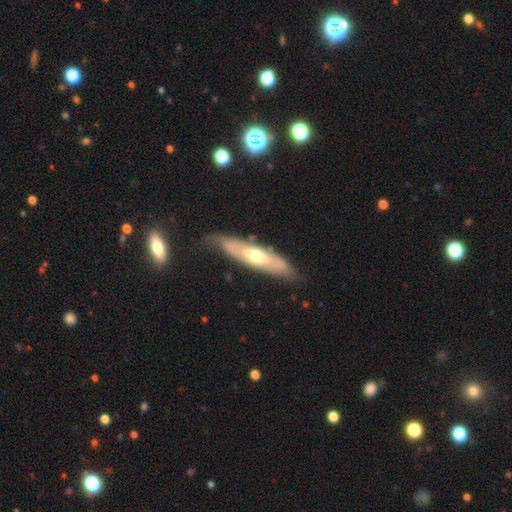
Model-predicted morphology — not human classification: smooth-or-featured: featured or disk: 60% | smooth: 35% | star or artifact: 6%
  disk-edge-on: no: 51% | yes: 49%
  merging: none: 71% | minor disturbance: 21% | major disturbance: 6% | merger: 3%